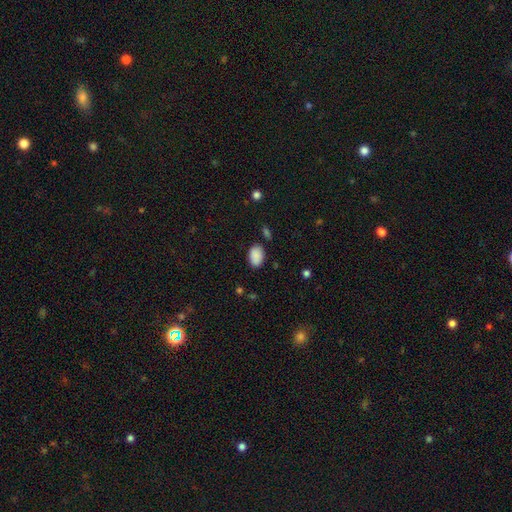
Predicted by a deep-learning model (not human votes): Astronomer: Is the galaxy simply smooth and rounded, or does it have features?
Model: smooth — 89%.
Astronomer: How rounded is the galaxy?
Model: in between — 88%.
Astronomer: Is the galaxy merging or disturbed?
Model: none — 79%.